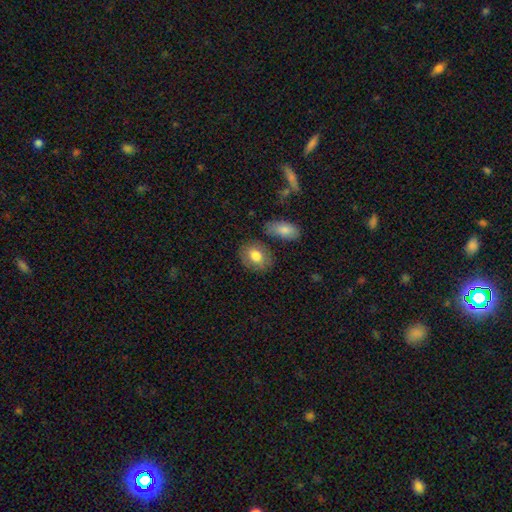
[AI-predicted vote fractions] Morphology: type=smooth (78%); roundness=in between (63%); merging=none (76%).